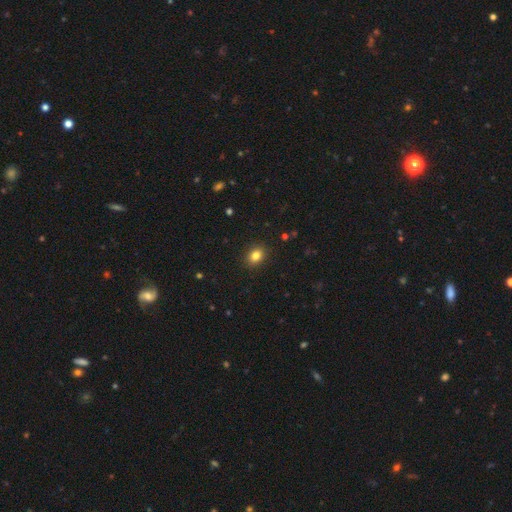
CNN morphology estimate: A smooth galaxy with no disk features (83%) that is in between round and cigar-shaped (61%).

Vote fractions:
- Smooth or featured? smooth: 83% / star or artifact: 11% / featured or disk: 7%
- How rounded? in between: 61% / round: 38% / cigar-shaped: 1%
- Merging? none: 90% / minor disturbance: 7% / major disturbance: 2% / merger: 1%